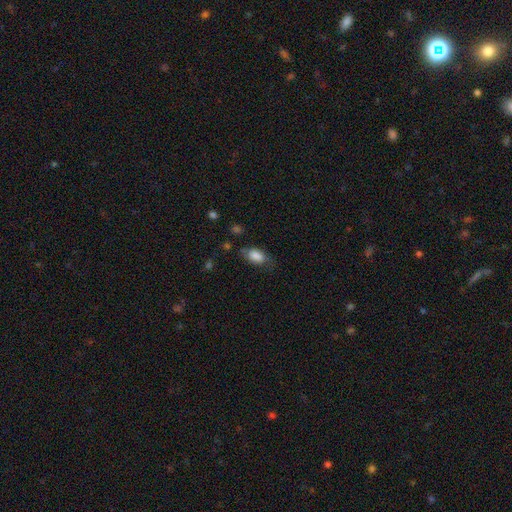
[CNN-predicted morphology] Smooth or featured: smooth — 80% (featured or disk — 13%)
How rounded: in between — 90% (round — 6%)
Merging: none — 59% (minor disturbance — 28%)